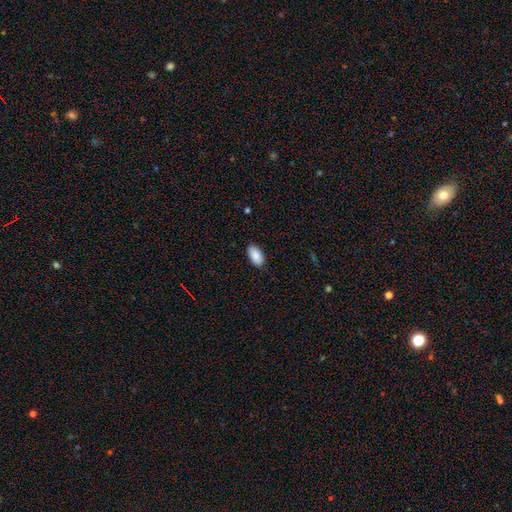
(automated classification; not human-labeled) Q: Smooth or featured?
A: smooth (89%); runner-up: star or artifact (6%)
Q: How rounded?
A: in between (95%); runner-up: round (3%)
Q: Merging?
A: none (85%); runner-up: minor disturbance (11%)